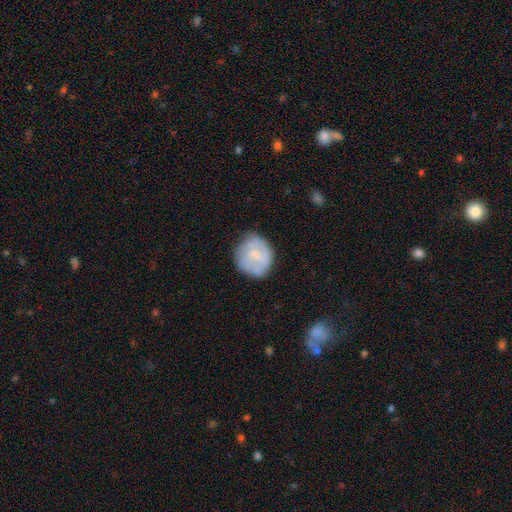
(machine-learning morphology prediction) A smooth galaxy with no disk features (54%) that is round (85%).

Vote fractions:
- Smooth or featured? smooth: 54% / featured or disk: 39% / star or artifact: 7%
- How rounded? round: 85% / in between: 14% / cigar-shaped: 1%
- Merging? none: 70% / minor disturbance: 21% / major disturbance: 7% / merger: 2%